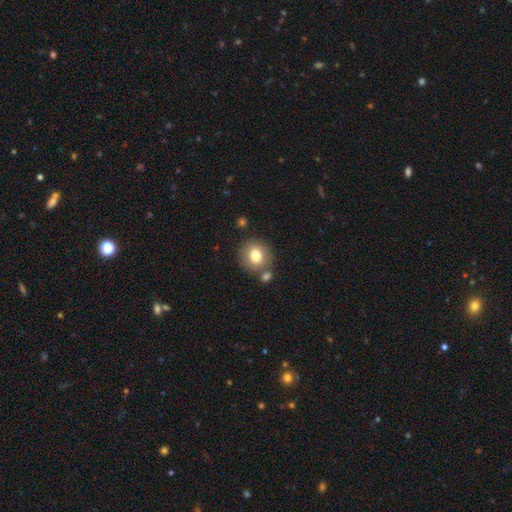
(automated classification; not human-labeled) Morphology: type=smooth (77%); roundness=round (83%); merging=none (74%).